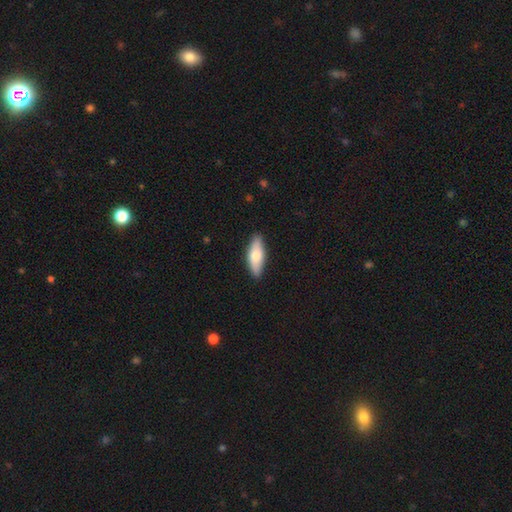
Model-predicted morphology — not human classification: Q: Smooth or featured?
A: smooth (67%); runner-up: featured or disk (28%)
Q: How rounded?
A: in between (65%); runner-up: cigar-shaped (33%)
Q: Merging?
A: none (88%); runner-up: minor disturbance (9%)